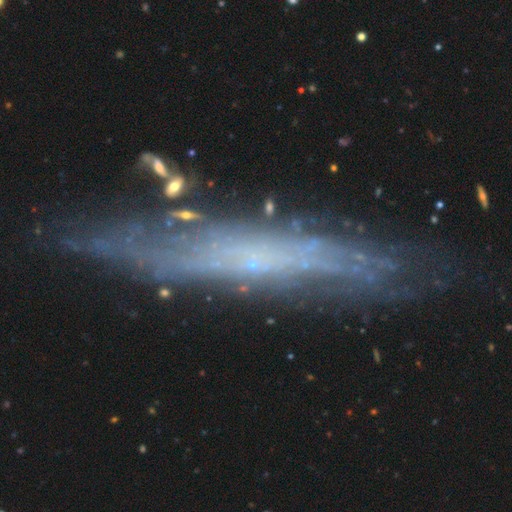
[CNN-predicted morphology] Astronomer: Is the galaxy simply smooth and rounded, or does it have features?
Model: featured or disk — 69%.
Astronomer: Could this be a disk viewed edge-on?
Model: yes — 58% (runner-up: no, 42%).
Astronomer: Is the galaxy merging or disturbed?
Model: none — 74%.